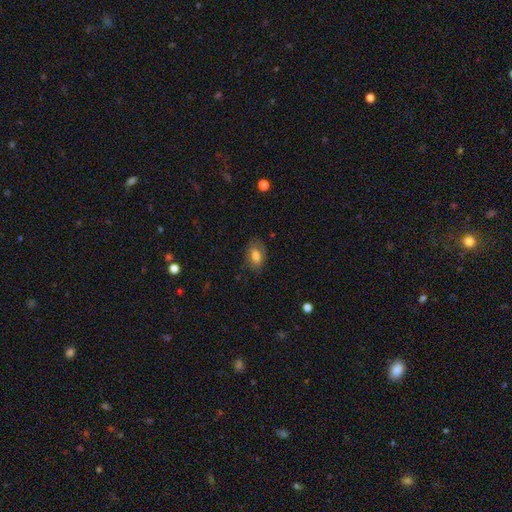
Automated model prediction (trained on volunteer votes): Smooth or featured? smooth (74%)
How rounded? in between (86%)
Merging? none (74%)